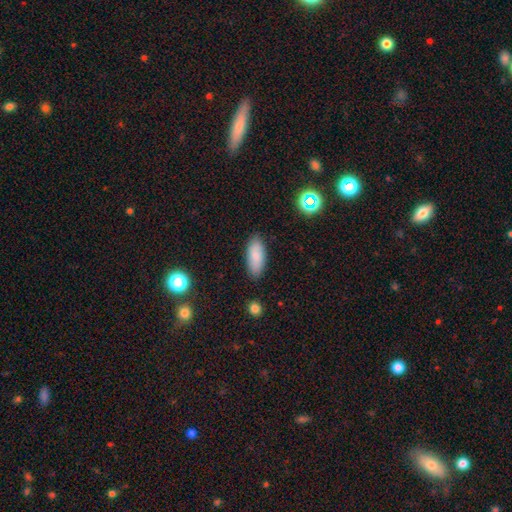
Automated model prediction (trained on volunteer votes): This is clearly a smooth galaxy (84%). How rounded: clearly in between (86%). Merging: clearly none (85%).